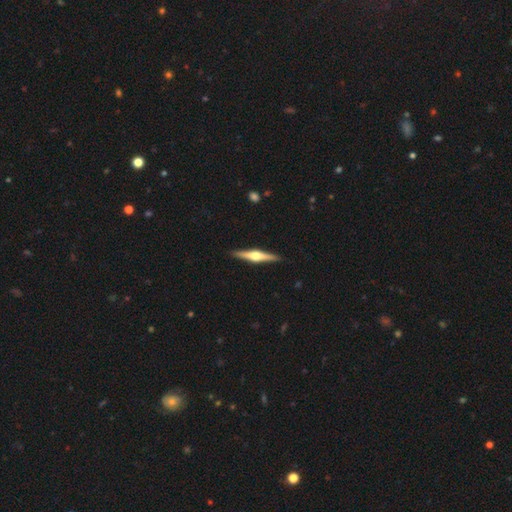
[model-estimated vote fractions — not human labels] The model was most divided on "smooth or featured": featured or disk: 76%, smooth: 20%, star or artifact: 4%. More confident: edge-on disk — yes (98%); edge-on bulge — rounded (93%); merging — none (91%).